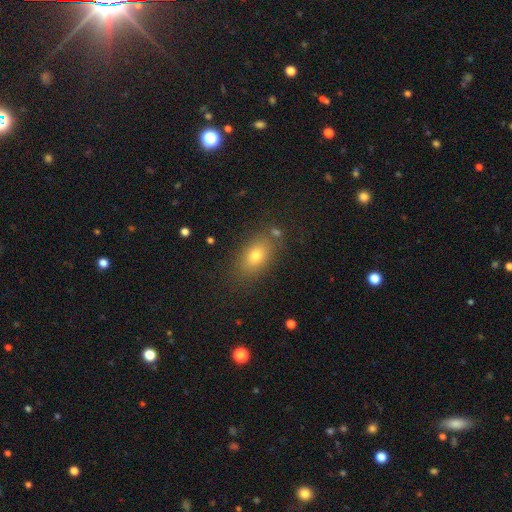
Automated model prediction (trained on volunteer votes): Q: Smooth or featured?
A: smooth (73%); runner-up: featured or disk (14%)
Q: How rounded?
A: in between (82%); runner-up: round (14%)
Q: Merging?
A: none (80%); runner-up: minor disturbance (11%)